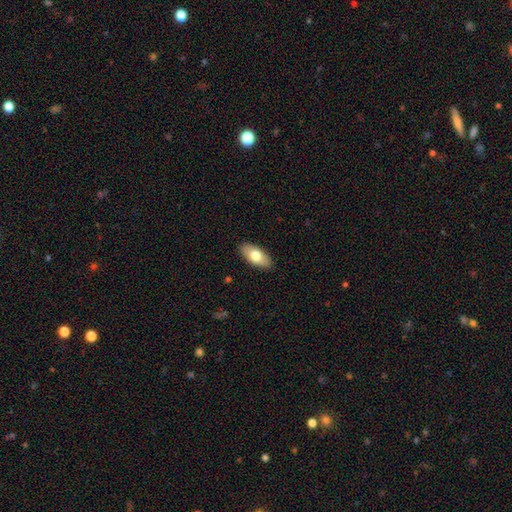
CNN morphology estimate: Overall: smooth (74%). How rounded: in between (92%). Merging: none (89%).